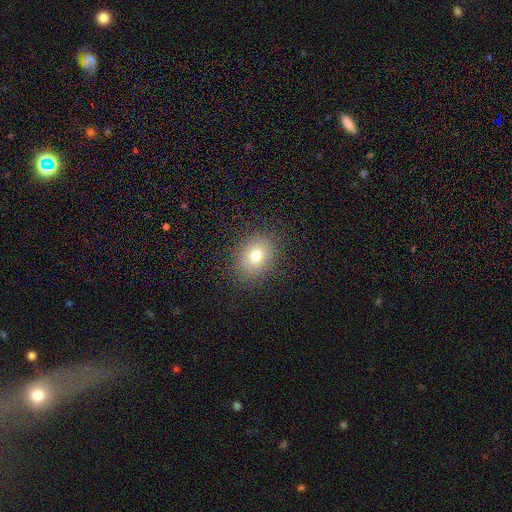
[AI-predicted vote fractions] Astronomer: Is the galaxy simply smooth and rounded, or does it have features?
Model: smooth — 74%.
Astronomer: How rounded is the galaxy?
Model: in between — 50% (runner-up: round, 49%).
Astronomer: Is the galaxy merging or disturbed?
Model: none — 86%.